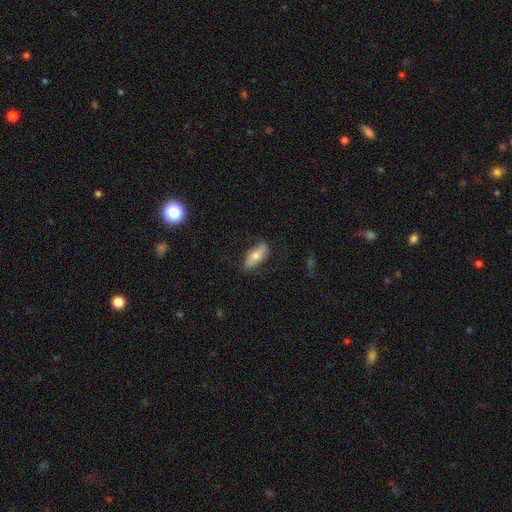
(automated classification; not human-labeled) smooth-or-featured: smooth: 66% | featured or disk: 28% | star or artifact: 6%
  how-rounded: in between: 74% | cigar-shaped: 23% | round: 3%
  merging: none: 83% | minor disturbance: 13% | major disturbance: 3% | merger: 1%